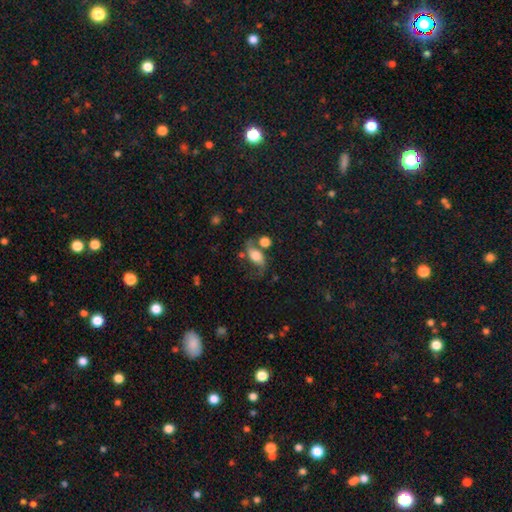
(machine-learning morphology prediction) Overall: featured or disk (58%; smooth 33%). Edge-on disk: no (93%). Bar: no (57%; weak 30%). Spiral arms: yes (87%). Bulge size: moderate (40%; large 37%). Merging: none (48%; minor disturbance 19%).